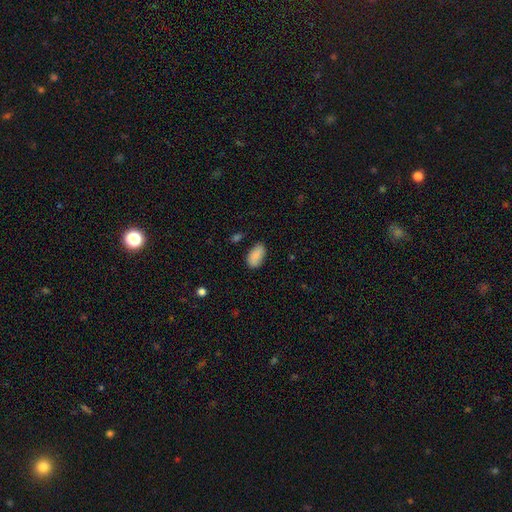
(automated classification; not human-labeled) Smooth or featured? smooth (88%)
How rounded? in between (94%)
Merging? none (77%)